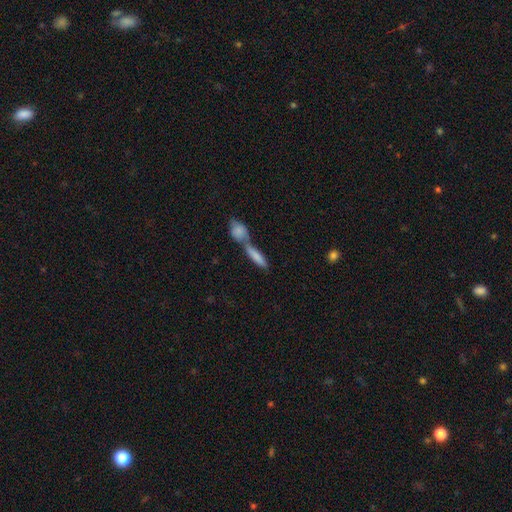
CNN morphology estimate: smooth-or-featured: smooth: 78% | featured or disk: 15% | star or artifact: 7%
  how-rounded: cigar-shaped: 56% | in between: 40% | round: 4%
  merging: merger: 63% | none: 27% | minor disturbance: 7% | major disturbance: 4%